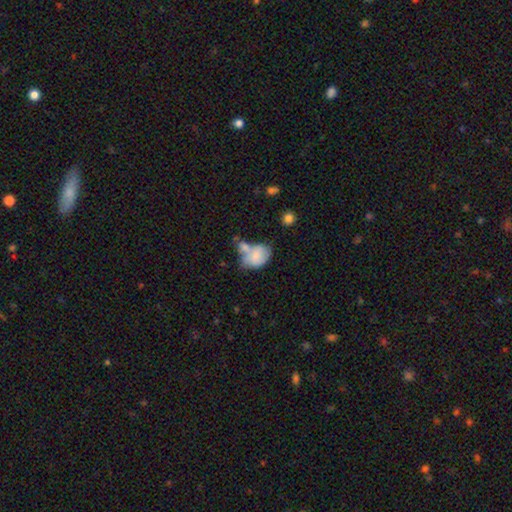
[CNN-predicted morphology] smooth 72%, featured or disk 20%, star or artifact 8%. Down the decision tree: how rounded — in between (76%); merging — merger (43%).